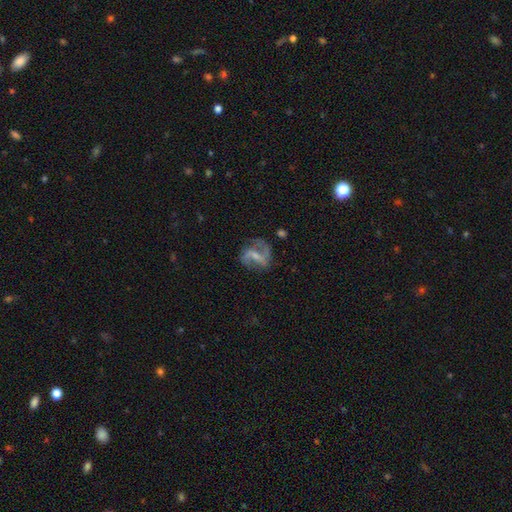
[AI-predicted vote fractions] Smooth or featured? featured or disk (80%)
Edge-on disk? no (97%)
Bar? weak (43%)
Spiral arms? yes (91%)
Spiral winding? loose (46%)
Spiral arm count? 2 (86%)
Bulge size? small (45%)
Merging? none (65%)